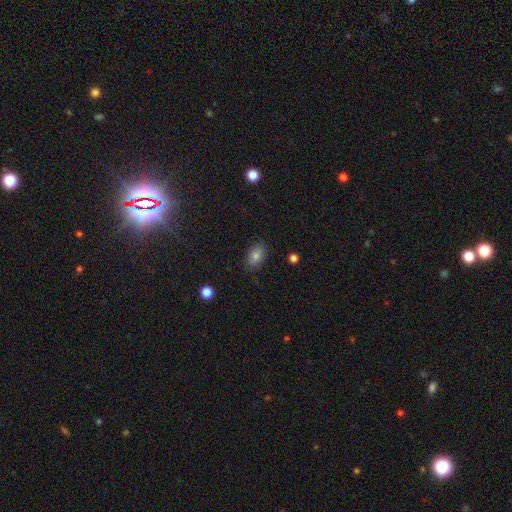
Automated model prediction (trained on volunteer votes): Smooth or featured? smooth (78%)
How rounded? in between (86%)
Merging? none (84%)